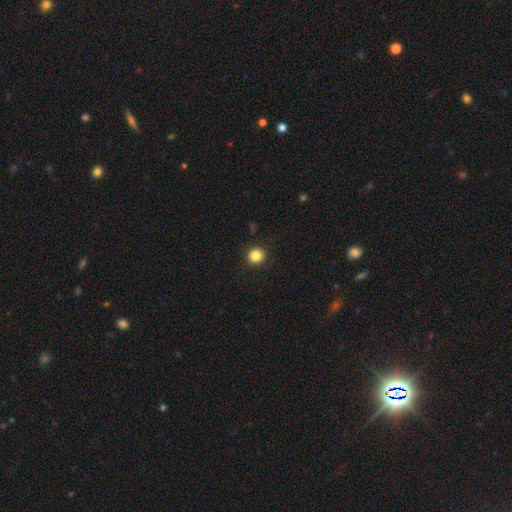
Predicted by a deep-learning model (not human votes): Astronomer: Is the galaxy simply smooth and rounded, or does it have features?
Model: smooth — 85%.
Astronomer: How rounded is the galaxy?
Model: round — 91%.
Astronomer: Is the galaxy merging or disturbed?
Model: none — 91%.